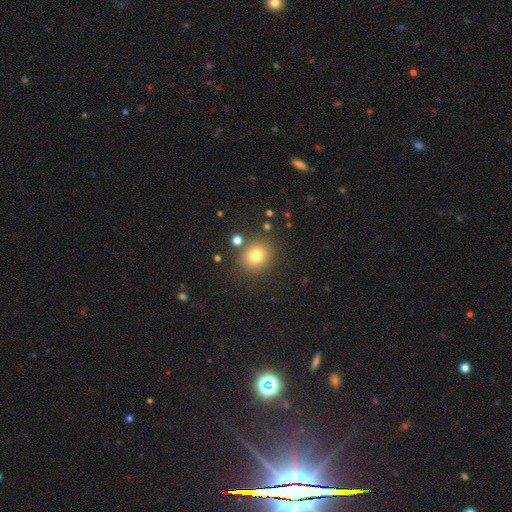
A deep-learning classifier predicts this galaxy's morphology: smooth_or_featured: smooth (p=0.77) [alt: star or artifact p=0.14]
how_rounded: round (p=0.82) [alt: in between p=0.17]
merging: none (p=0.84) [alt: minor disturbance p=0.08]